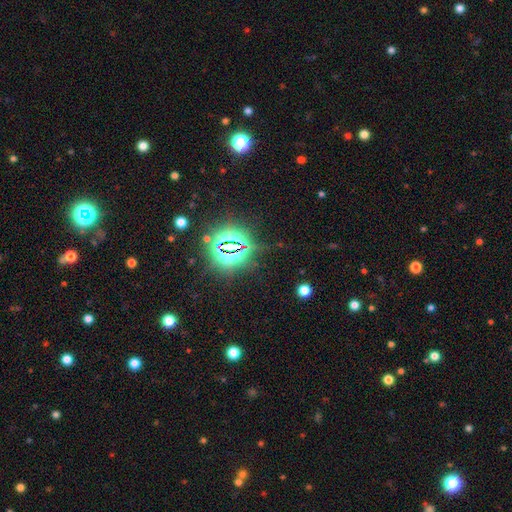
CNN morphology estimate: Q: Smooth or featured?
A: star or artifact (84%); runner-up: smooth (9%)